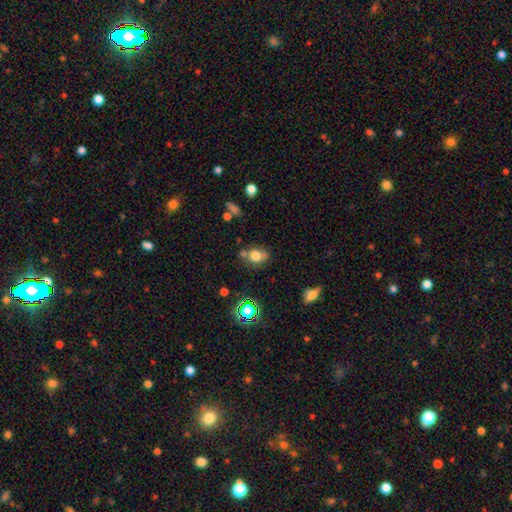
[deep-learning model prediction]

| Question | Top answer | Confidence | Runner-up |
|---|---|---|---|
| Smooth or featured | smooth | 75% | star or artifact (13%) |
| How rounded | in between | 58% | round (40%) |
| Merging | none | 61% | minor disturbance (20%) |